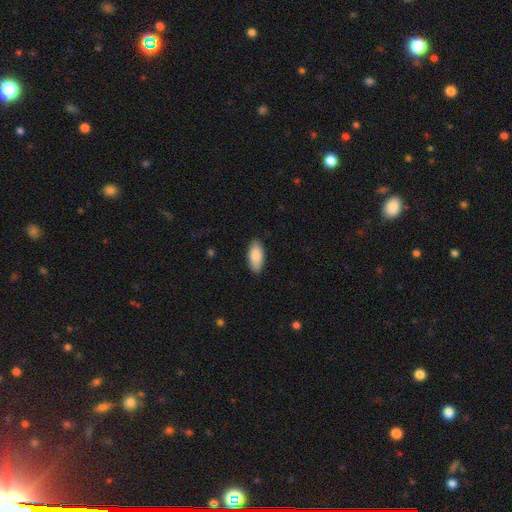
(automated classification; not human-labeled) This appears to be a smooth galaxy with no disk features (88%) that is in between round and cigar-shaped (90%). Merging: none (87%).